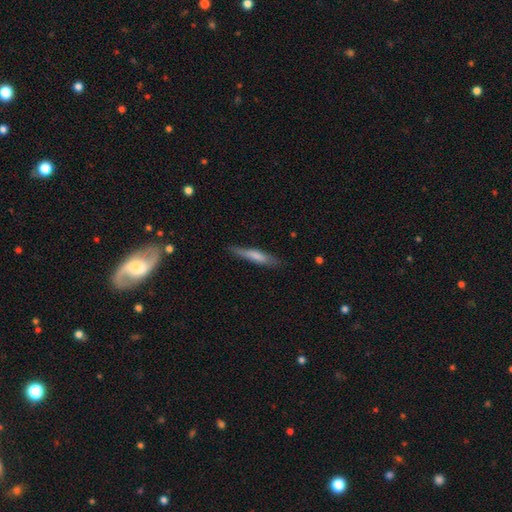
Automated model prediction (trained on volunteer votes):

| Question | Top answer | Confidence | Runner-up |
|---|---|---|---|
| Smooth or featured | smooth | 69% | featured or disk (26%) |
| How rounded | cigar-shaped | 89% | in between (10%) |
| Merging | none | 79% | minor disturbance (17%) |